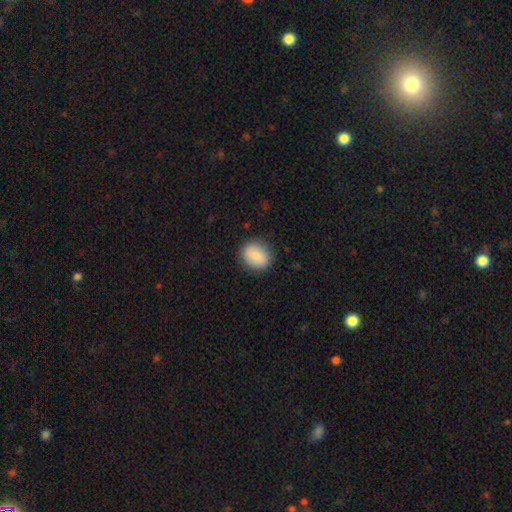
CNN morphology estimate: smooth_or_featured: smooth (p=0.82) [alt: featured or disk p=0.11]
how_rounded: round (p=0.61) [alt: in between p=0.38]
merging: none (p=0.86) [alt: minor disturbance p=0.10]